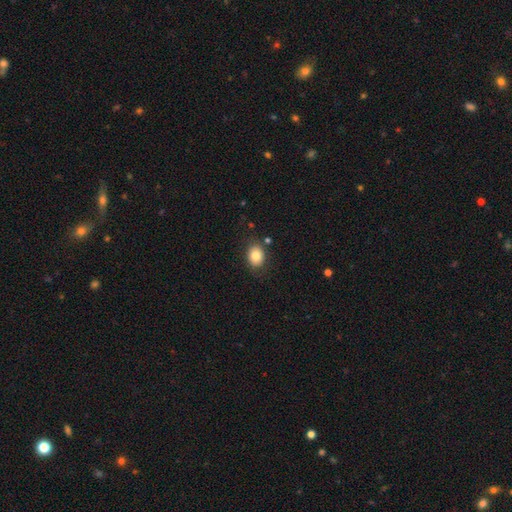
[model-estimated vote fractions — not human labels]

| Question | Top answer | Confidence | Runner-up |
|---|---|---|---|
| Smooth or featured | smooth | 82% | star or artifact (9%) |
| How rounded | in between | 58% | round (41%) |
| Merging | none | 81% | minor disturbance (12%) |